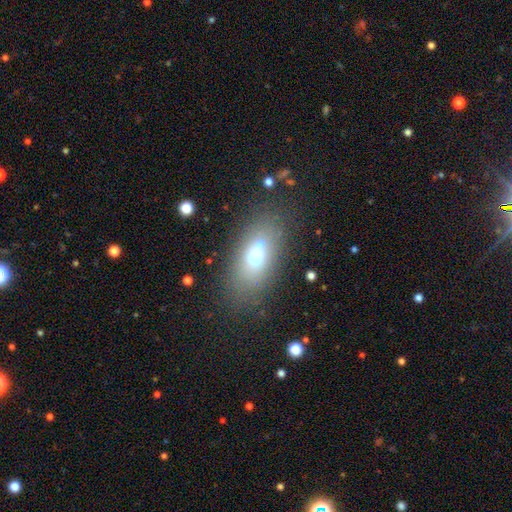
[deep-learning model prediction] Smooth or featured? Predicted: smooth (p=0.66). How rounded? Predicted: in between (p=0.84). Merging? Predicted: none (p=0.76).